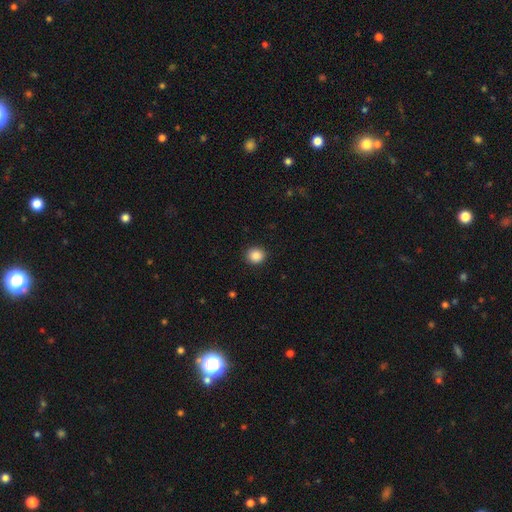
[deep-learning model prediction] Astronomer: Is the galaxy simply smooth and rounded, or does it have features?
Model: smooth — 88%.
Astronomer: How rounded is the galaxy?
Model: round — 87%.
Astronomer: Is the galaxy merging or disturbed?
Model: none — 91%.